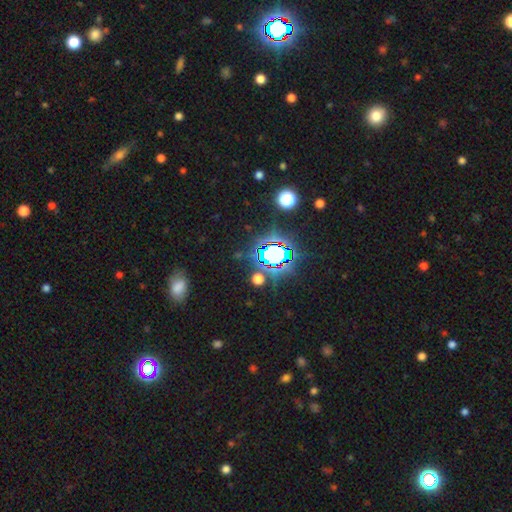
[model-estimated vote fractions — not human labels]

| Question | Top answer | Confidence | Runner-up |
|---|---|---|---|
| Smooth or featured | star or artifact | 74% | smooth (17%) |